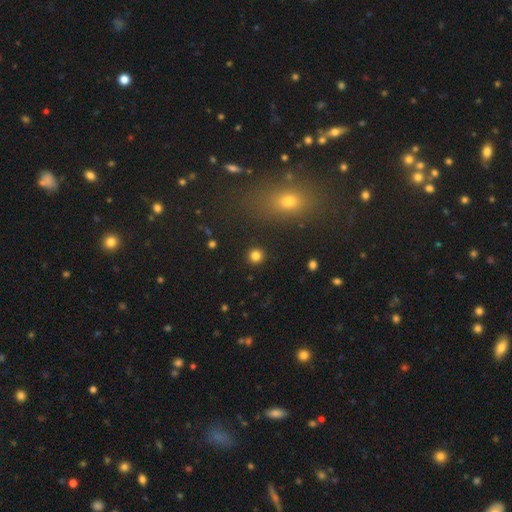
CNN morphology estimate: Smooth or featured?
  - smooth: 83% *
  - star or artifact: 12%
  - featured or disk: 4%
How rounded?
  - round: 93% *
  - in between: 6%
  - cigar-shaped: 1%
Merging?
  - none: 92% *
  - minor disturbance: 4%
  - major disturbance: 2%
  - merger: 1%